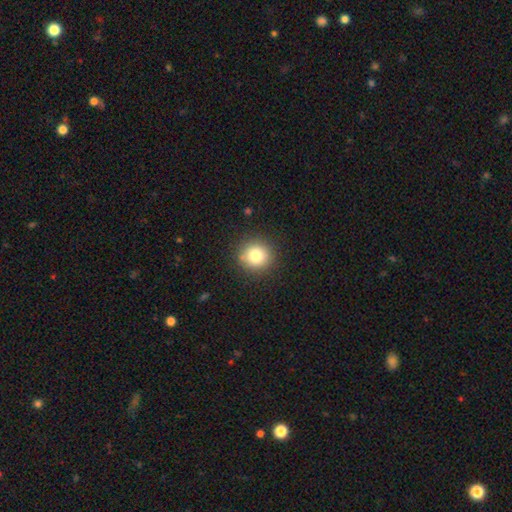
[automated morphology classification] This appears to be a smooth galaxy with no disk features (80%) that is round (92%). Merging: none (89%).